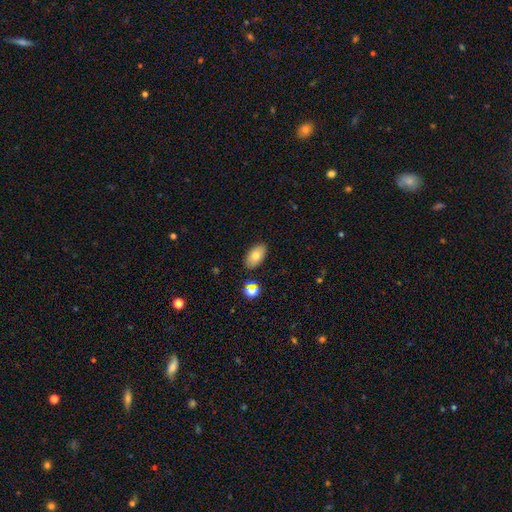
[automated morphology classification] type=smooth (74%); roundness=in between (92%); merging=none (86%).